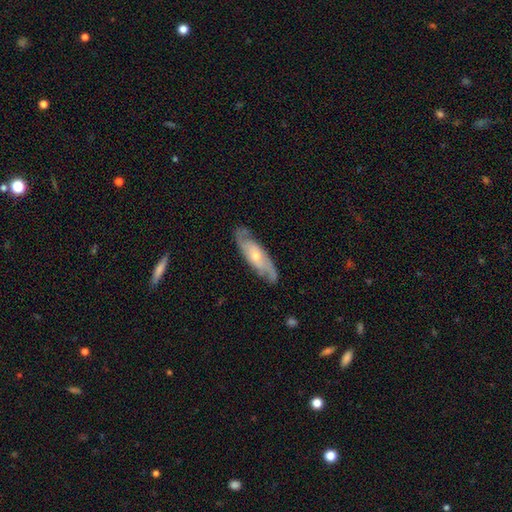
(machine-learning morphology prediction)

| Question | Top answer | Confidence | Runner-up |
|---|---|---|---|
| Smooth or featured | featured or disk | 76% | smooth (19%) |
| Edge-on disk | no | 79% | yes (21%) |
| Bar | no | 66% | weak (27%) |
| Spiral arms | yes | 91% | no (9%) |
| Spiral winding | medium | 43% | tight (35%) |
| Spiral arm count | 2 | 78% | can't tell (14%) |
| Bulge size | small | 53% | moderate (43%) |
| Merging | none | 80% | minor disturbance (15%) |